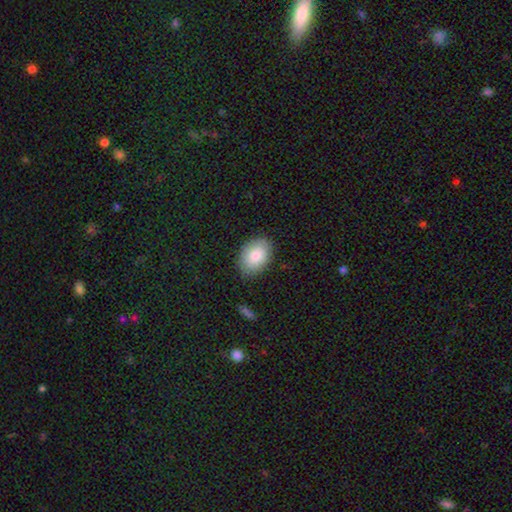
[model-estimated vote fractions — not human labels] This appears to be a smooth galaxy with no disk features (84%) that is in between round and cigar-shaped (85%). Merging: none (82%).